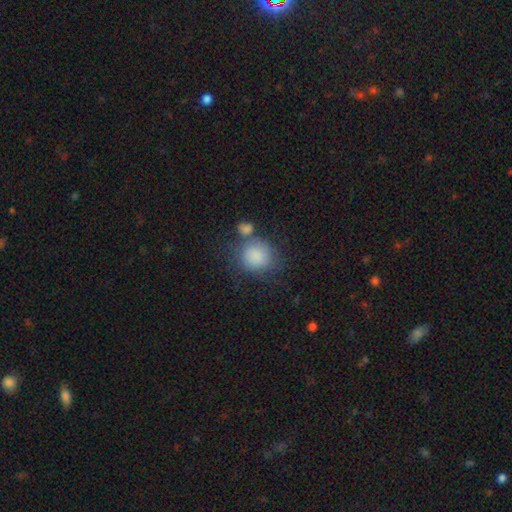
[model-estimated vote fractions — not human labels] Overall: smooth (85%). How rounded: round (81%). Merging: none (54%; merger 19%).